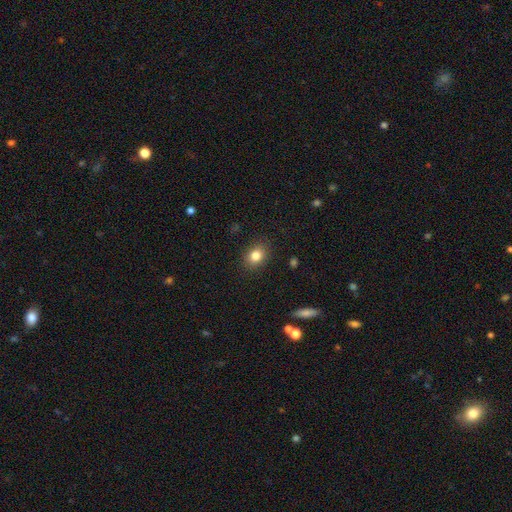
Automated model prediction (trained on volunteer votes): Morphology: type=smooth (83%); roundness=in between (58%); merging=none (87%).